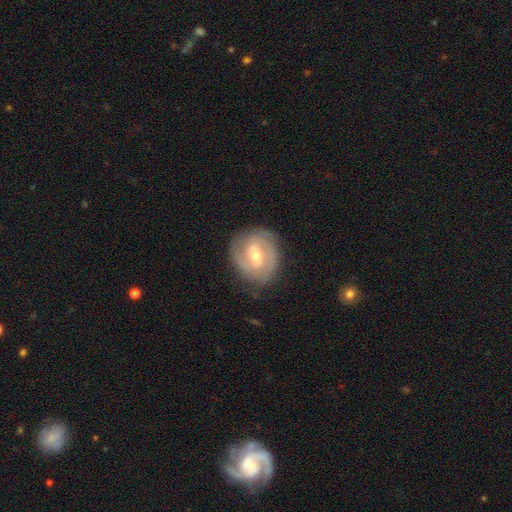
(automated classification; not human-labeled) Q: Smooth or featured?
A: featured or disk (81%); runner-up: smooth (14%)
Q: Edge-on disk?
A: no (97%); runner-up: yes (3%)
Q: Bar?
A: weak (52%); runner-up: no (28%)
Q: Spiral arms?
A: yes (93%); runner-up: no (7%)
Q: Spiral winding?
A: tight (50%); runner-up: medium (40%)
Q: Spiral arm count?
A: 2 (54%); runner-up: 3 (19%)
Q: Bulge size?
A: moderate (49%); runner-up: small (48%)
Q: Merging?
A: none (80%); runner-up: minor disturbance (14%)